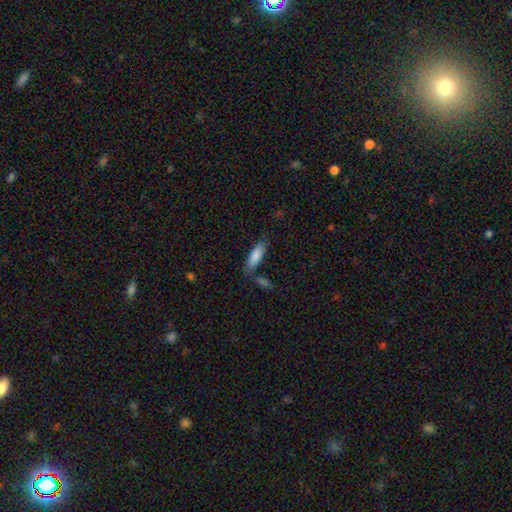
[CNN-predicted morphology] Smooth or featured? smooth (83%)
How rounded? in between (58%)
Merging? none (66%)